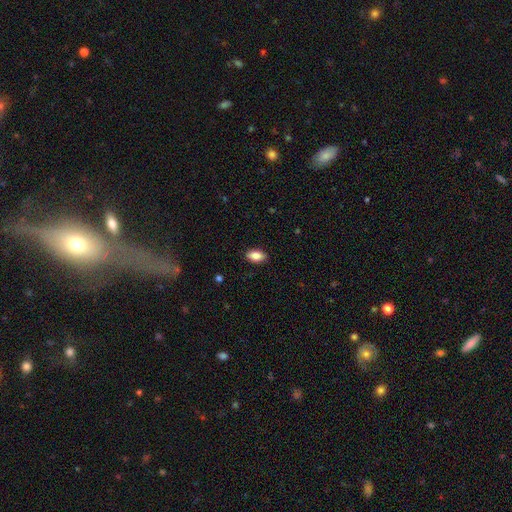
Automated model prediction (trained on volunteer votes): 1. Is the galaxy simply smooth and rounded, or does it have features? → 86% smooth, 8% star or artifact, 6% featured or disk.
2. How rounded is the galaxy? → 92% in between, 6% round, 2% cigar-shaped.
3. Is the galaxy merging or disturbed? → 89% none, 8% minor disturbance, 2% major disturbance, 1% merger.